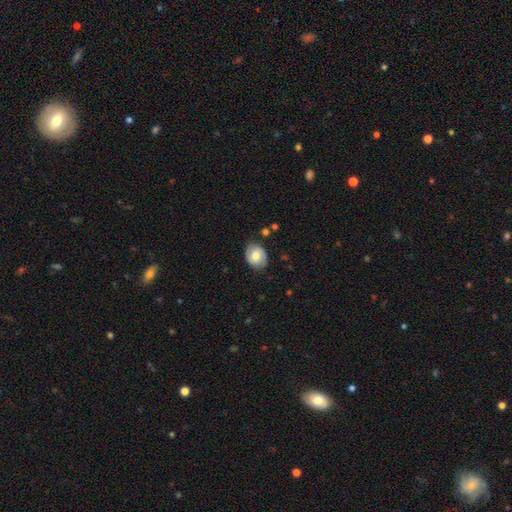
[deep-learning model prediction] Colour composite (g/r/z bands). It shows a smooth galaxy with no disk features (51%) that is in between round and cigar-shaped (62%). Merging: none (80%).